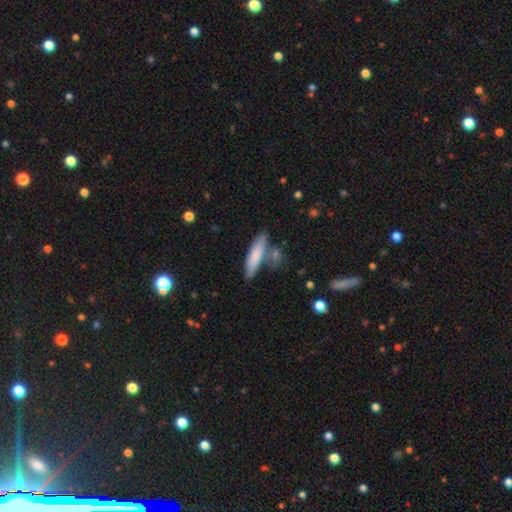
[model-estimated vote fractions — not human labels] smooth-or-featured: smooth: 76% | featured or disk: 18% | star or artifact: 6%
  how-rounded: cigar-shaped: 72% | in between: 26% | round: 2%
  merging: none: 67% | minor disturbance: 17% | merger: 13% | major disturbance: 4%